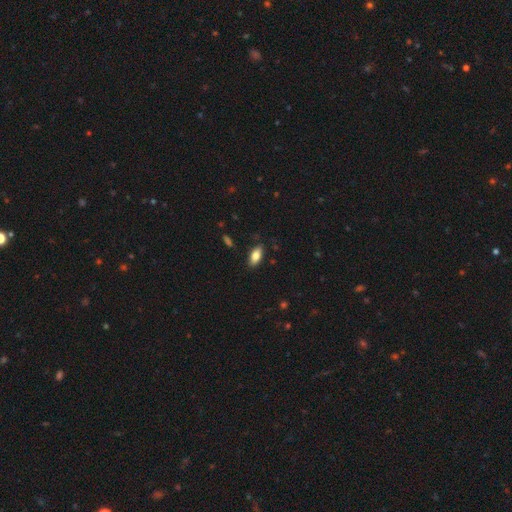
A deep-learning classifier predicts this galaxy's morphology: Q: Smooth or featured?
A: smooth (80%); runner-up: featured or disk (13%)
Q: How rounded?
A: in between (88%); runner-up: cigar-shaped (10%)
Q: Merging?
A: none (85%); runner-up: minor disturbance (12%)